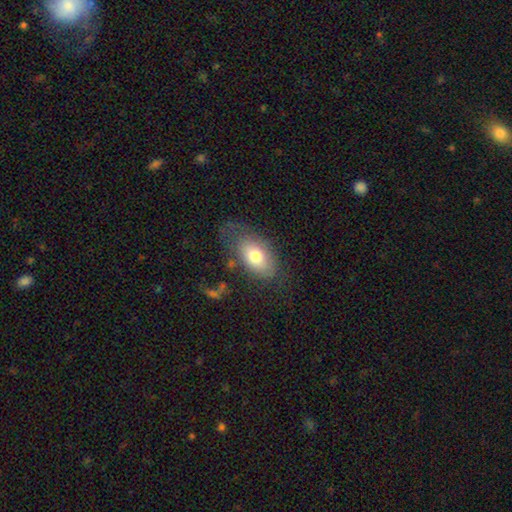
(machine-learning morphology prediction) Smooth or featured? smooth (69%)
How rounded? in between (91%)
Merging? none (52%)